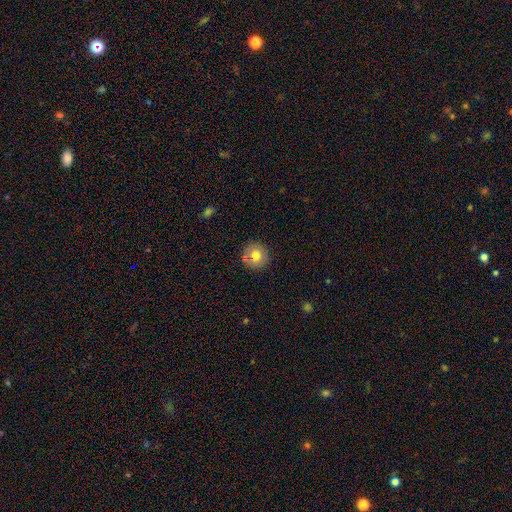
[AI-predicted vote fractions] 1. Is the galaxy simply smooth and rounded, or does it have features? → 74% smooth, 16% featured or disk, 9% star or artifact.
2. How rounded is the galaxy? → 93% round, 6% in between, 1% cigar-shaped.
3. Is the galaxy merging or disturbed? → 85% none, 9% minor disturbance, 3% merger, 2% major disturbance.